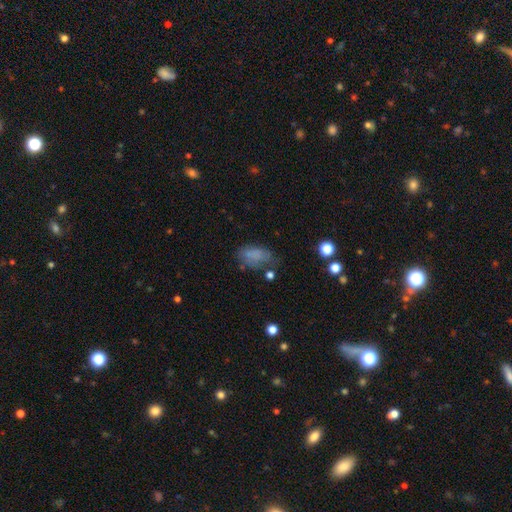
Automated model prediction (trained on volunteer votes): smooth-or-featured: smooth: 71% | featured or disk: 17% | star or artifact: 12%
  how-rounded: in between: 88% | round: 9% | cigar-shaped: 3%
  merging: none: 45% | minor disturbance: 29% | major disturbance: 21% | merger: 6%